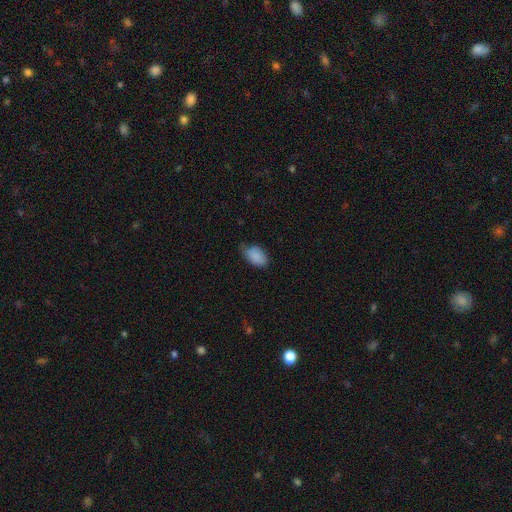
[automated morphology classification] smooth_or_featured: smooth (p=0.87) [alt: star or artifact p=0.07]
how_rounded: in between (p=0.92) [alt: round p=0.07]
merging: none (p=0.61) [alt: minor disturbance p=0.32]